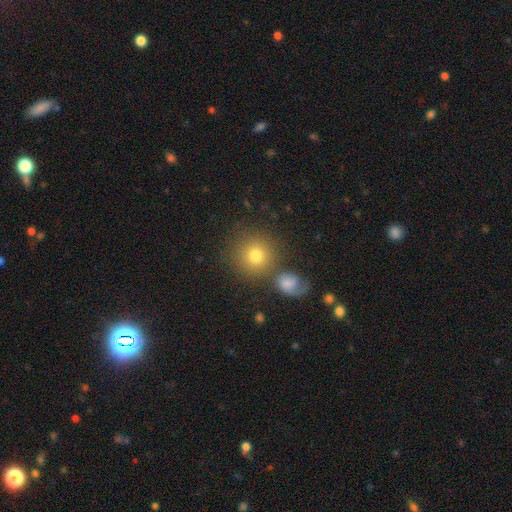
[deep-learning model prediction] This appears to be a smooth galaxy with no disk features (76%) that is round (90%). Merging: none (69%).